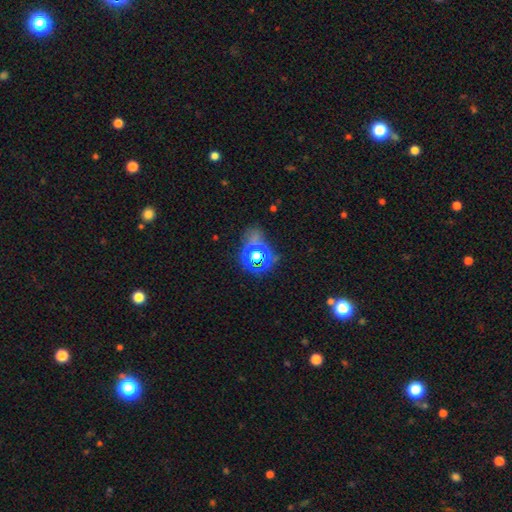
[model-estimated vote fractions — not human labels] Overall: smooth (47%; star or artifact 40%). Merging: none (54%; minor disturbance 19%).